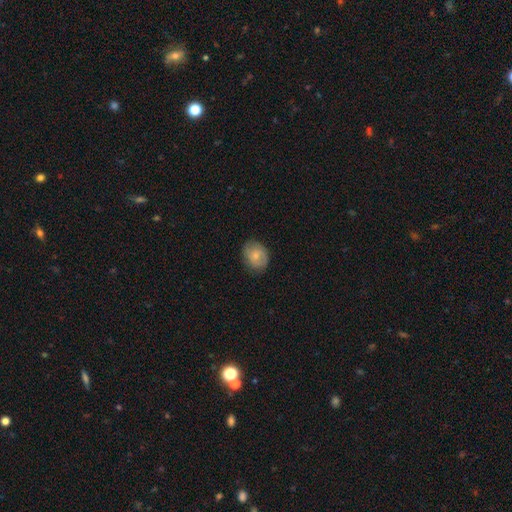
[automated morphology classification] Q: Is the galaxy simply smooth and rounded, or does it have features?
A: smooth — 71%.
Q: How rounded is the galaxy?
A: round — 55%.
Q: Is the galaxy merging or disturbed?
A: none — 78%.